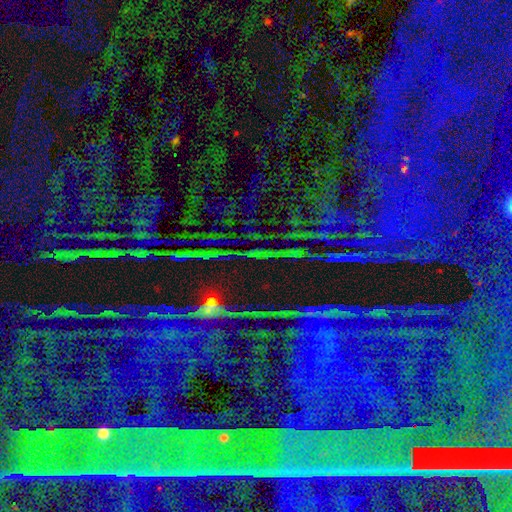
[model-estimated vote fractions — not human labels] Smooth or featured: star or artifact — 85% (featured or disk — 8%)